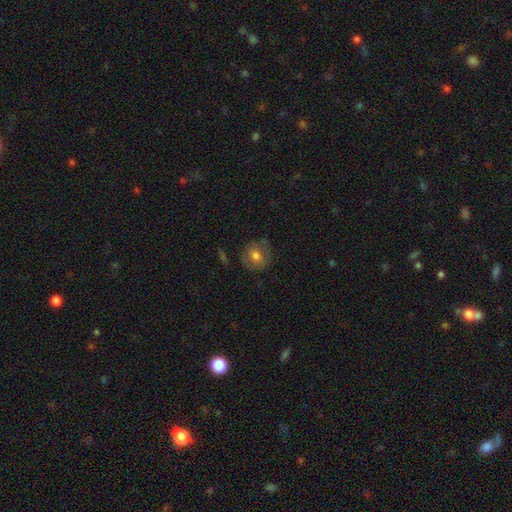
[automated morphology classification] This is likely a smooth galaxy (66%). How rounded: clearly round (83%). Merging: likely none (78%).